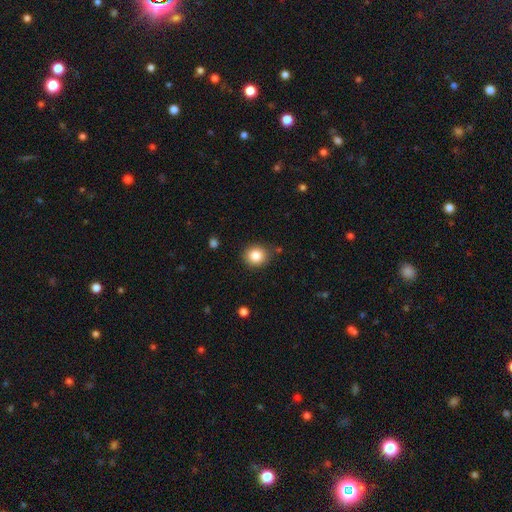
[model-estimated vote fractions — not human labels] Smooth or featured?
  - smooth: 84% *
  - star or artifact: 10%
  - featured or disk: 6%
How rounded?
  - round: 83% *
  - in between: 17%
  - cigar-shaped: 1%
Merging?
  - none: 87% *
  - minor disturbance: 9%
  - major disturbance: 2%
  - merger: 2%